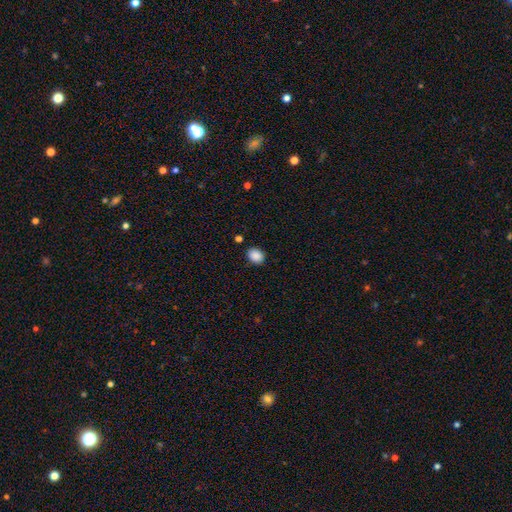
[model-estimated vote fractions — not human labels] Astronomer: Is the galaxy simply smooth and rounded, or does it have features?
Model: smooth — 88%.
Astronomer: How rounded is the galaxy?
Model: in between — 52% (runner-up: round, 47%).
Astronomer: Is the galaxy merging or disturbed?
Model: none — 87%.